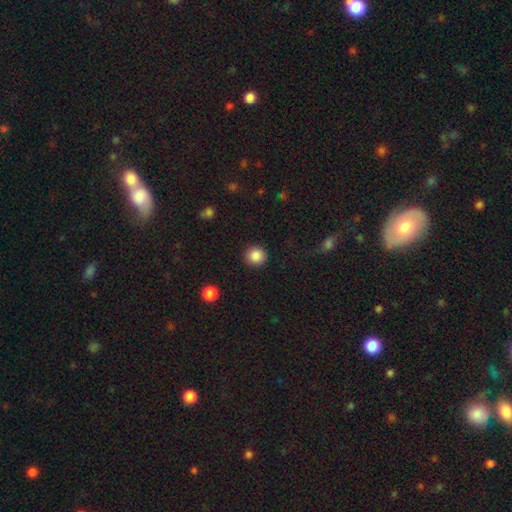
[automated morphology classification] Smooth or featured: smooth — 86% (star or artifact — 10%)
How rounded: round — 93% (in between — 6%)
Merging: none — 92% (minor disturbance — 5%)